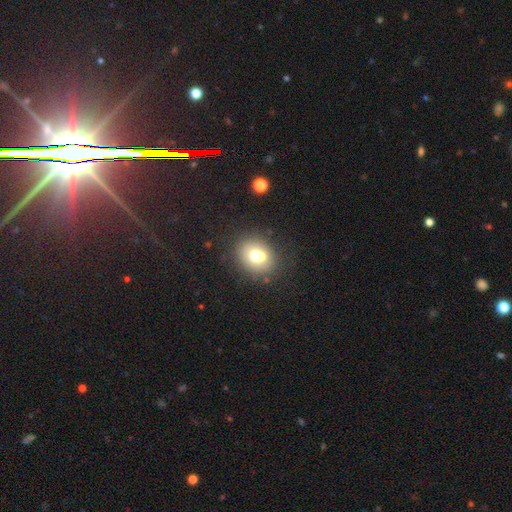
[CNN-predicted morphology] A smooth galaxy with no disk features (67%) that is round (67%). Merging: none (53%).